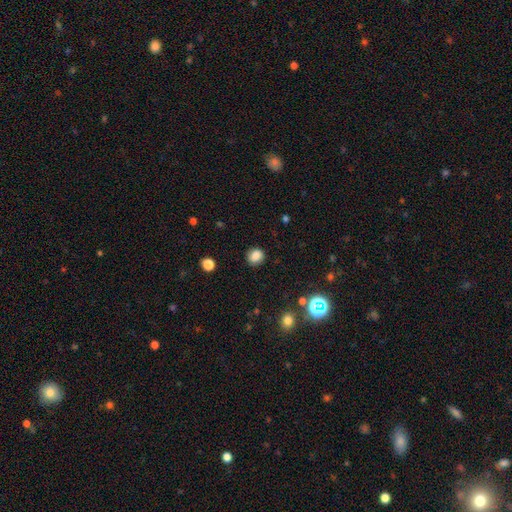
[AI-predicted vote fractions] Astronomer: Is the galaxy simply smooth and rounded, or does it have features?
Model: smooth — 83%.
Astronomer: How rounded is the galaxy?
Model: round — 81%.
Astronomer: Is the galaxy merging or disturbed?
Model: none — 86%.